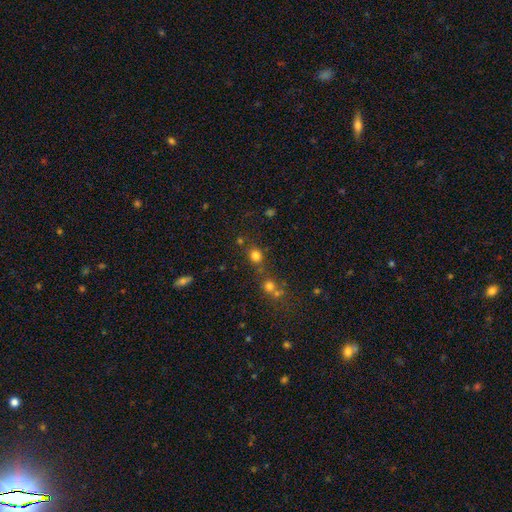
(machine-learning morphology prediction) Smooth or featured? Predicted: smooth (p=0.76). How rounded? Predicted: round (p=0.77). Merging? Predicted: none (p=0.65).